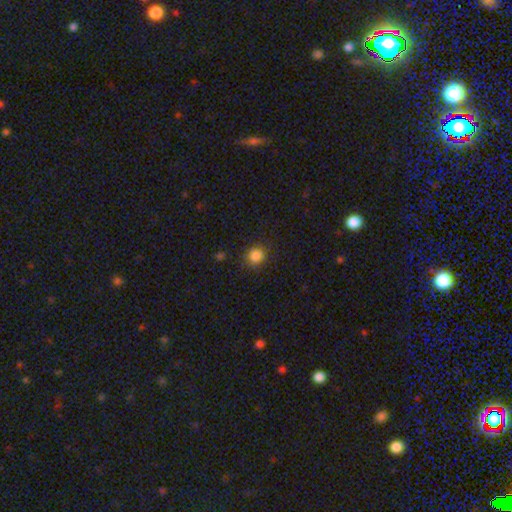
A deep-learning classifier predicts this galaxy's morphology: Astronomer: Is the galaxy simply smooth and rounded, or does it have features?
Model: smooth — 85%.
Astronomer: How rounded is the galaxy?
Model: round — 86%.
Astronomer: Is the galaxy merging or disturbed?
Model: none — 87%.